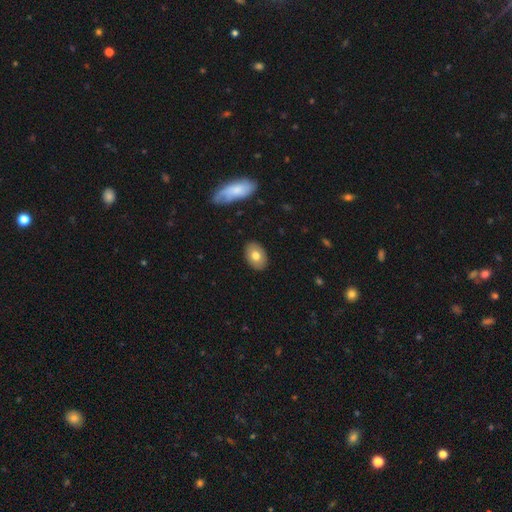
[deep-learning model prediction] smooth_or_featured: smooth (p=0.75) [alt: featured or disk p=0.18]
how_rounded: in between (p=0.83) [alt: round p=0.15]
merging: none (p=0.88) [alt: minor disturbance p=0.09]